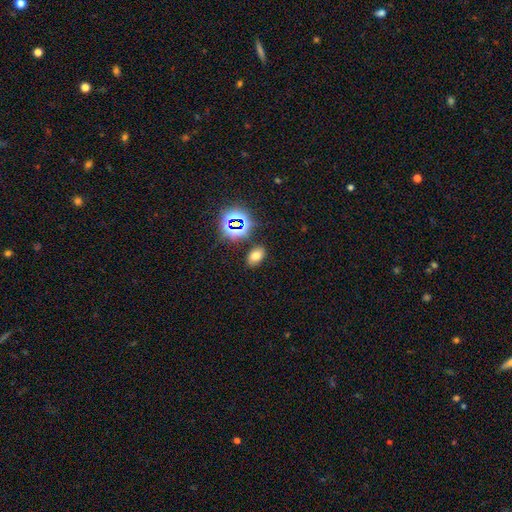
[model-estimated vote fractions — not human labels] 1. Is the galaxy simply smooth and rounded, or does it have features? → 66% smooth, 25% star or artifact, 10% featured or disk.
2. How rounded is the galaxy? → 85% in between, 14% round, 2% cigar-shaped.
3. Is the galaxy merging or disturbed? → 84% none, 10% minor disturbance, 3% merger, 3% major disturbance.